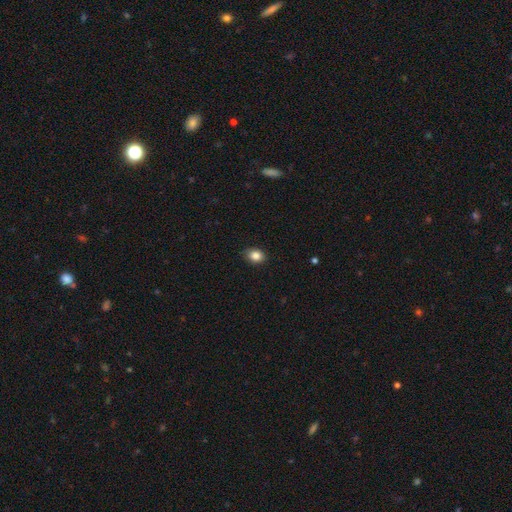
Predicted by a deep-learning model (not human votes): A smooth galaxy with no disk features (85%) that is in between round and cigar-shaped (65%). Merging: none (85%).